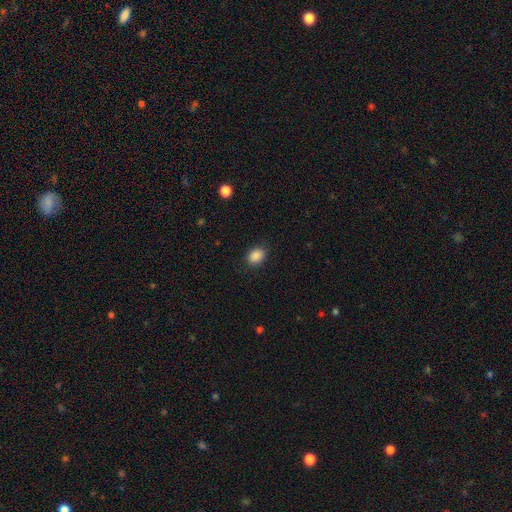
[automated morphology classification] Smooth or featured? smooth (88%)
How rounded? in between (64%)
Merging? none (87%)